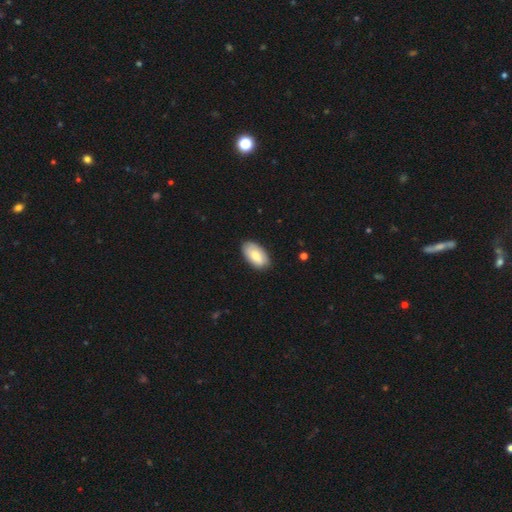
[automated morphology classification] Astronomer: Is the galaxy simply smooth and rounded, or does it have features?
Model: smooth — 78%.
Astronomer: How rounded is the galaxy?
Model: in between — 95%.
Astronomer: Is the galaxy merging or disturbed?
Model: none — 85%.